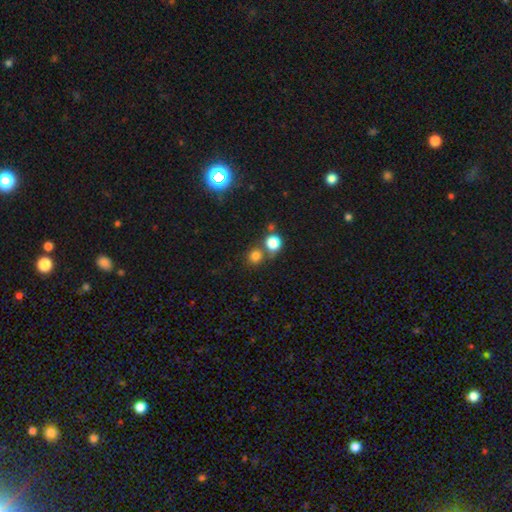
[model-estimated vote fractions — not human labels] This appears to be a smooth galaxy with no disk features (77%) that is round (88%). Merging: none (63%).